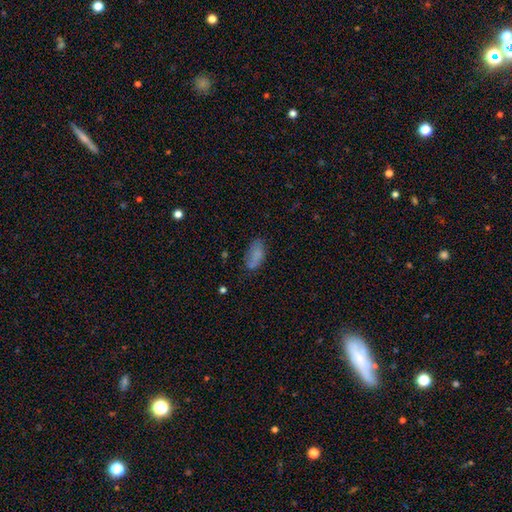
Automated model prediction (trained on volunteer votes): Overall: smooth (74%). How rounded: in between (90%). Merging: none (62%; minor disturbance 25%).